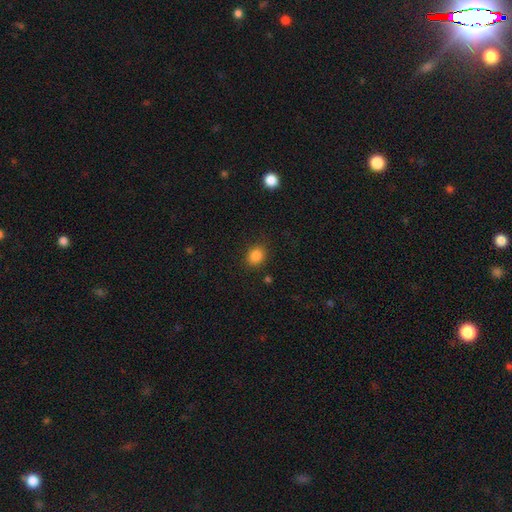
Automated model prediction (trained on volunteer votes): Smooth or featured? Predicted: smooth (p=0.85). How rounded? Predicted: round (p=0.60). Merging? Predicted: none (p=0.86).